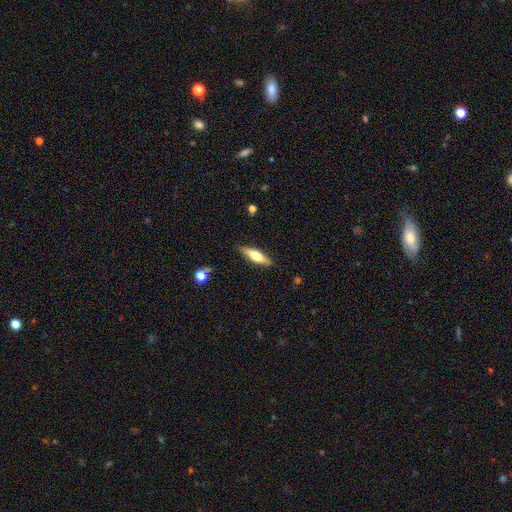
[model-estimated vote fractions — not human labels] Morphology: type=smooth (50%); roundness=cigar-shaped (61%); merging=none (86%).